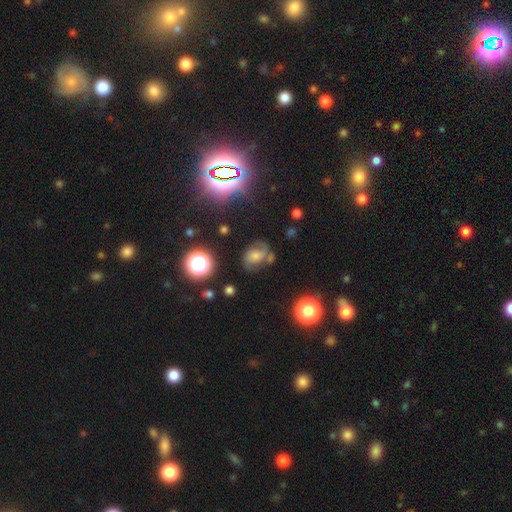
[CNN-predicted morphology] This is possibly a featured or disk galaxy (49%). Merging: possibly none (52%).